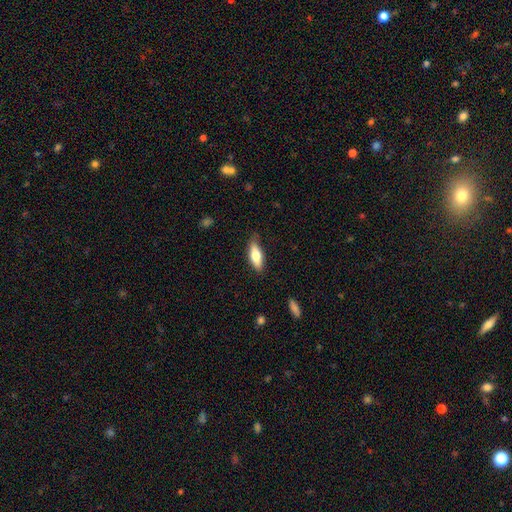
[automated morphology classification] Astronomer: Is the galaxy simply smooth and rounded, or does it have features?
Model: smooth — 68%.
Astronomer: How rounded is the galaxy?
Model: in between — 60% (runner-up: cigar-shaped, 37%).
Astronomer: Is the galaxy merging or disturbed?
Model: none — 81%.